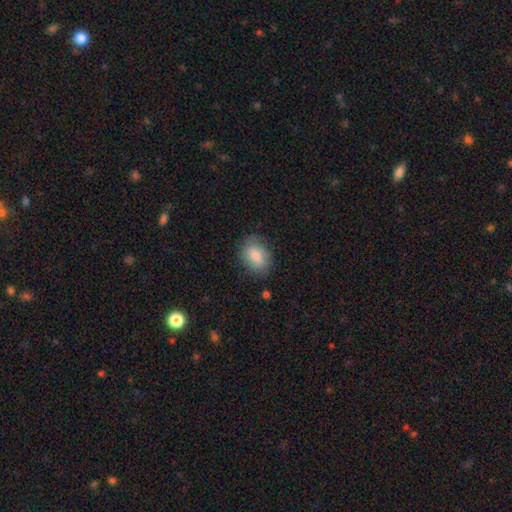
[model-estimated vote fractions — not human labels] smooth_or_featured: smooth (p=0.77) [alt: featured or disk p=0.16]
how_rounded: in between (p=0.73) [alt: round p=0.26]
merging: none (p=0.75) [alt: minor disturbance p=0.19]